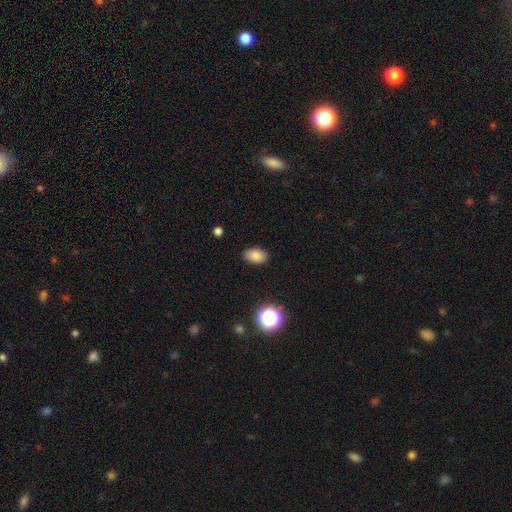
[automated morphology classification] This is clearly a smooth galaxy (83%). How rounded: clearly in between (88%). Merging: clearly none (88%).